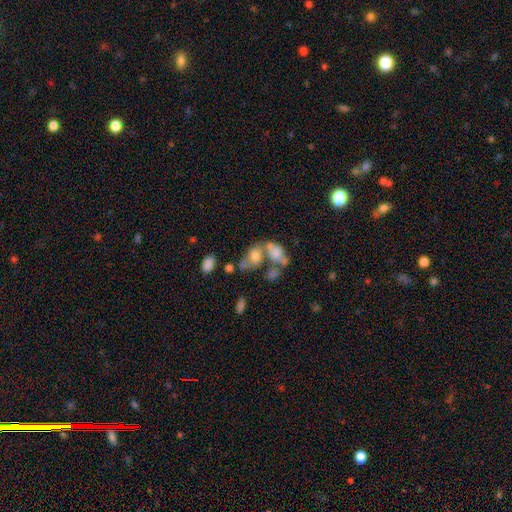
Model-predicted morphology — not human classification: smooth 59%, featured or disk 27%, star or artifact 13%. Down the decision tree: how rounded — in between (79%); merging — merger (50%).